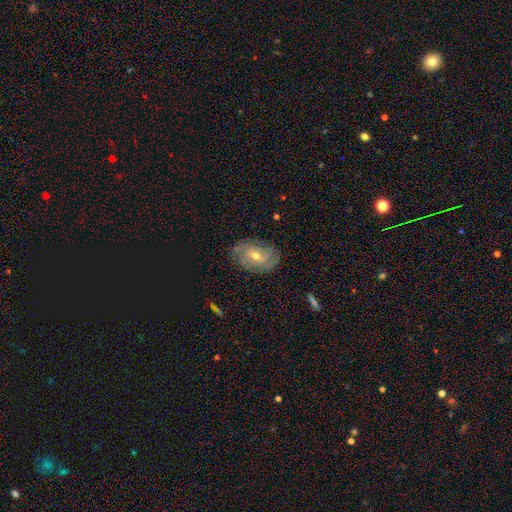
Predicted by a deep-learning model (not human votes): featured or disk 76%, smooth 16%, star or artifact 8%. Down the decision tree: edge-on disk — no (96%); bar — no (55%); spiral arms — yes (91%); spiral arm count — can't tell (40%); spiral winding — tight (65%); bulge size — moderate (57%); merging — none (81%).